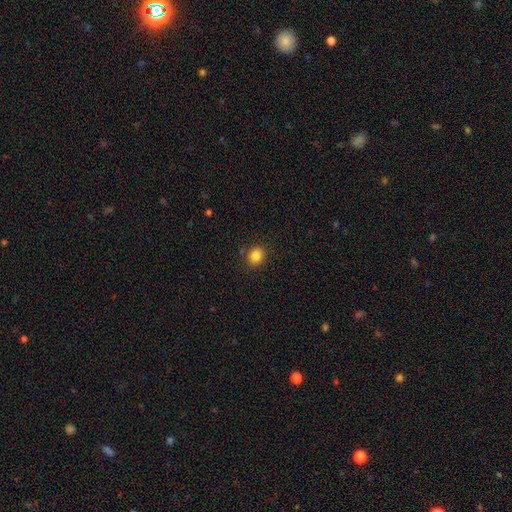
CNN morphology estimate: smooth_or_featured: smooth (p=0.84) [alt: star or artifact p=0.11]
how_rounded: round (p=0.71) [alt: in between p=0.28]
merging: none (p=0.86) [alt: minor disturbance p=0.09]